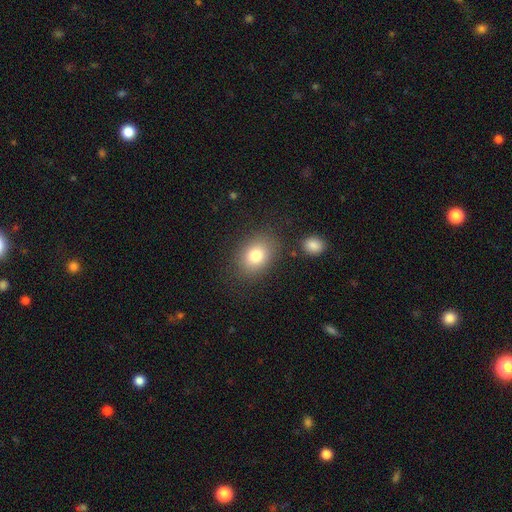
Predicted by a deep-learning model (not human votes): Smooth or featured: smooth — 80% (star or artifact — 10%)
How rounded: in between — 60% (round — 39%)
Merging: none — 81% (minor disturbance — 11%)